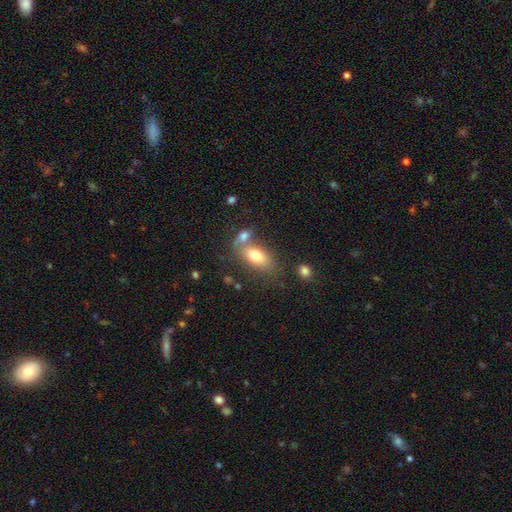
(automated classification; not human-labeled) Smooth or featured?
  - smooth: 75% *
  - featured or disk: 18%
  - star or artifact: 8%
How rounded?
  - in between: 89% *
  - round: 6%
  - cigar-shaped: 5%
Merging?
  - none: 50% *
  - merger: 33%
  - minor disturbance: 12%
  - major disturbance: 5%